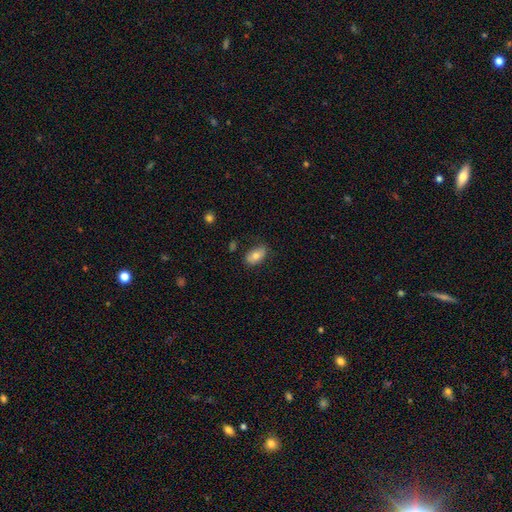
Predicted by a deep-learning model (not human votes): Smooth or featured? smooth (76%)
How rounded? in between (91%)
Merging? none (69%)